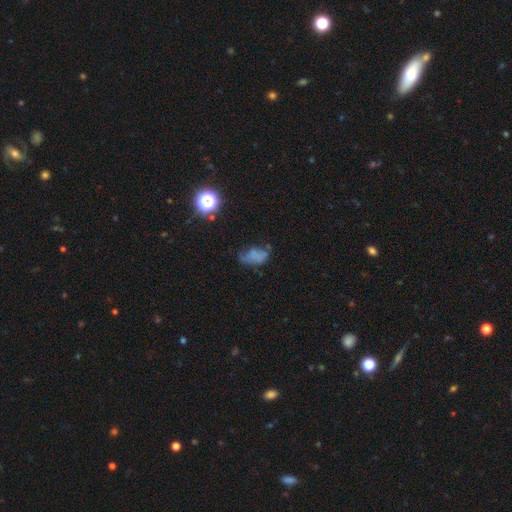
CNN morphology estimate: Q: Smooth or featured?
A: smooth (54%); runner-up: featured or disk (27%)
Q: How rounded?
A: in between (86%); runner-up: round (10%)
Q: Merging?
A: none (38%); runner-up: minor disturbance (29%)